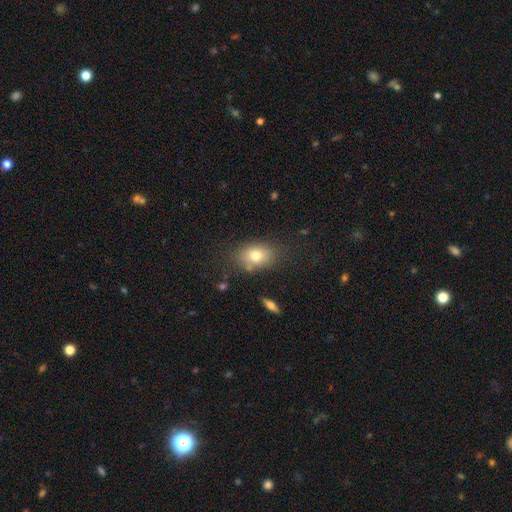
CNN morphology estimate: This appears to be a smooth galaxy with no disk features (75%) that is in between round and cigar-shaped (75%). Merging: none (76%).